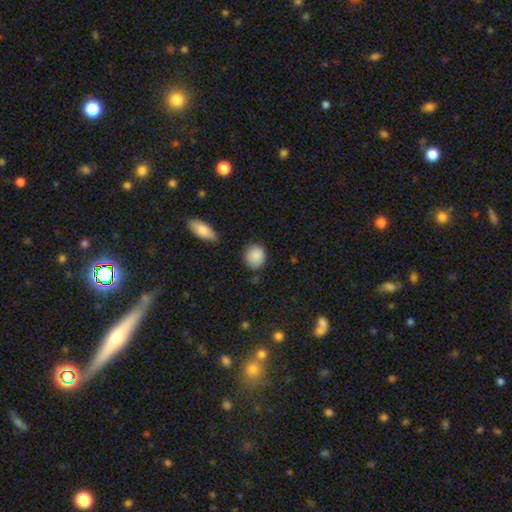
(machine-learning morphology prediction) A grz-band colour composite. It shows a smooth galaxy with no disk features (88%) that is round (74%). Merging: none (80%).